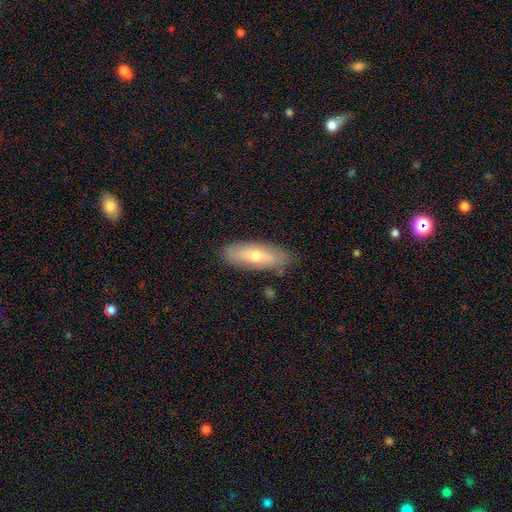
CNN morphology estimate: Smooth or featured? smooth (55%)
How rounded? in between (58%)
Merging? none (80%)